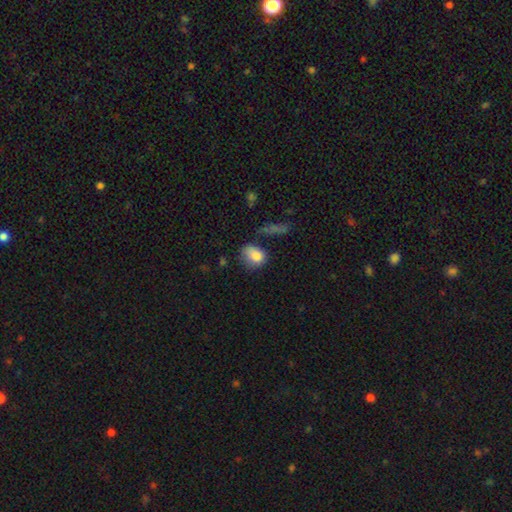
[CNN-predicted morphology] Overall: smooth (81%). How rounded: in between (57%; round 41%). Merging: none (42%; minor disturbance 31%).